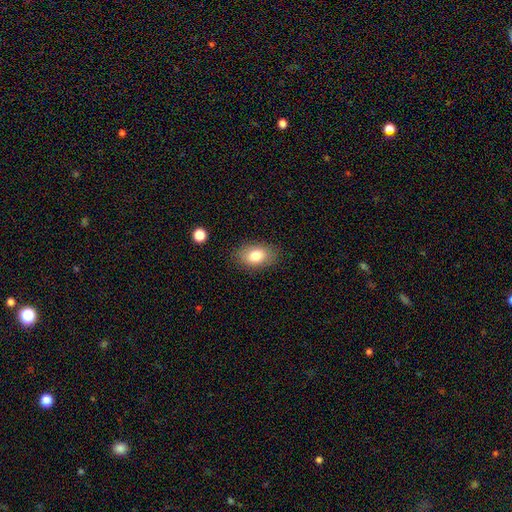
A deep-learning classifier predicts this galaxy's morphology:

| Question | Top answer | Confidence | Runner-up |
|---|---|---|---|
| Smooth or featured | smooth | 80% | featured or disk (12%) |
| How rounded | in between | 88% | round (11%) |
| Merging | none | 85% | minor disturbance (11%) |